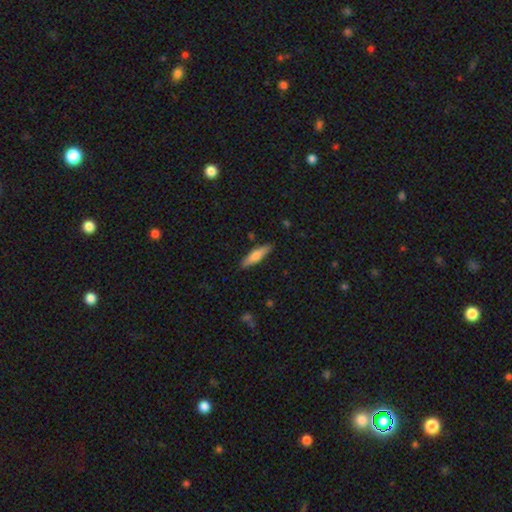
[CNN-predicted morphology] Q: Smooth or featured?
A: smooth (65%); runner-up: featured or disk (29%)
Q: How rounded?
A: cigar-shaped (74%); runner-up: in between (25%)
Q: Merging?
A: none (87%); runner-up: minor disturbance (10%)